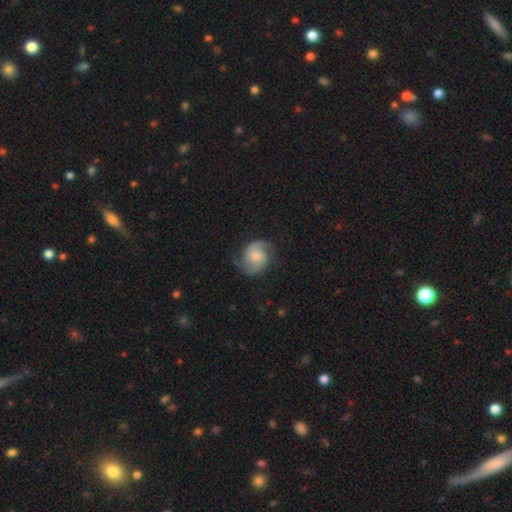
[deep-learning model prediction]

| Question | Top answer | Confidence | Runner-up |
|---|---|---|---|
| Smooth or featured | featured or disk | 76% | smooth (17%) |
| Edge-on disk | no | 98% | yes (2%) |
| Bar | no | 63% | weak (31%) |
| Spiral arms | yes | 96% | no (4%) |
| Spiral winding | medium | 50% | tight (27%) |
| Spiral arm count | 2 | 91% | can't tell (4%) |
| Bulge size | moderate | 37% | small (30%) |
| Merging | none | 74% | minor disturbance (17%) |